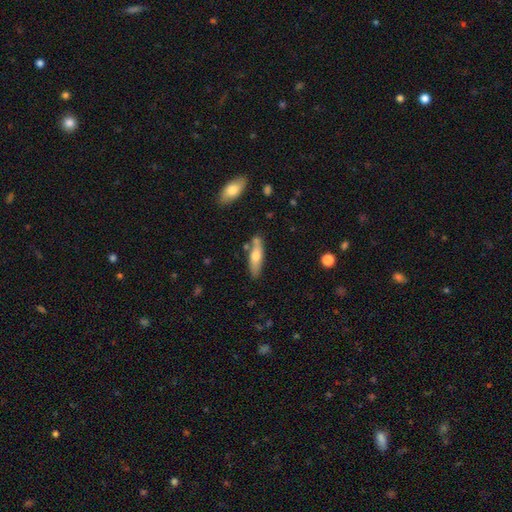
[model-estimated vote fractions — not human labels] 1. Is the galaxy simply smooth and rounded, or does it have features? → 60% smooth, 34% featured or disk, 6% star or artifact.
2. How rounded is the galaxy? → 62% cigar-shaped, 36% in between, 2% round.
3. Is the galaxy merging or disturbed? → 72% none, 15% minor disturbance, 10% merger, 3% major disturbance.